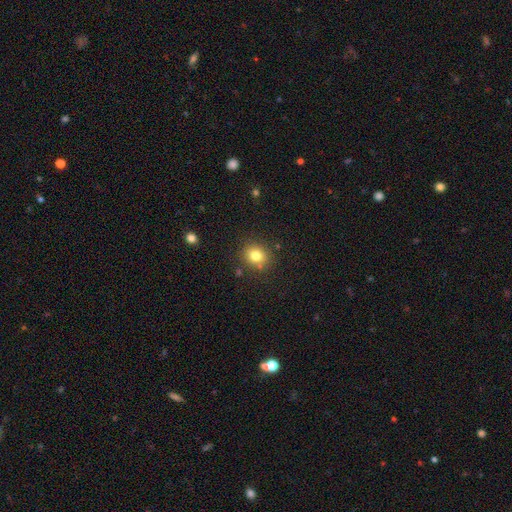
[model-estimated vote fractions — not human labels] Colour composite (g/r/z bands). It shows a smooth galaxy with no disk features (79%) that is round (76%). Merging: none (84%).